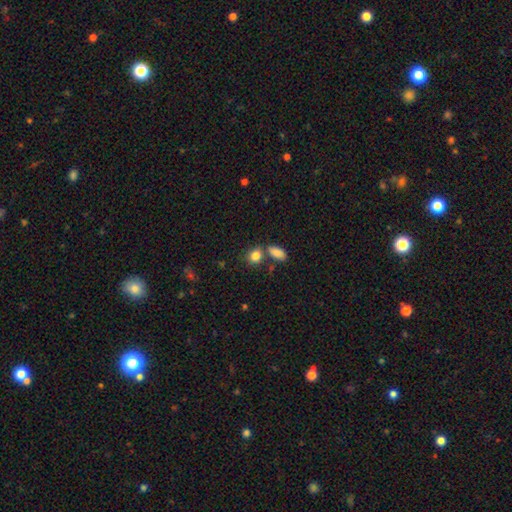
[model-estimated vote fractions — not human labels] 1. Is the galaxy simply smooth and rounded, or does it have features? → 84% smooth, 9% star or artifact, 6% featured or disk.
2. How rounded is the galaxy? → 51% in between, 47% round, 2% cigar-shaped.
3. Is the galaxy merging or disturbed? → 59% none, 26% merger, 12% minor disturbance, 4% major disturbance.